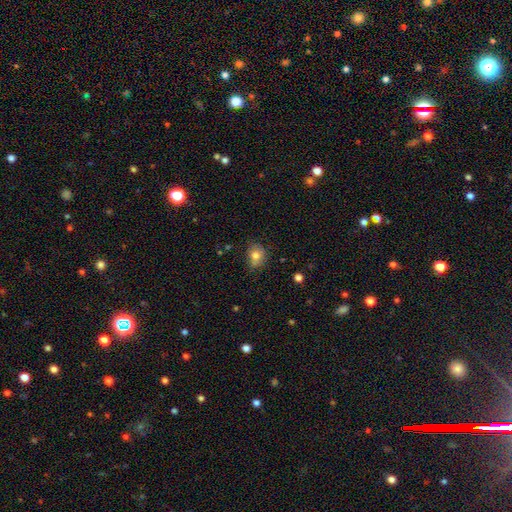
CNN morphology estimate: A smooth galaxy with no disk features (77%) that is round (61%). Merging: none (65%).